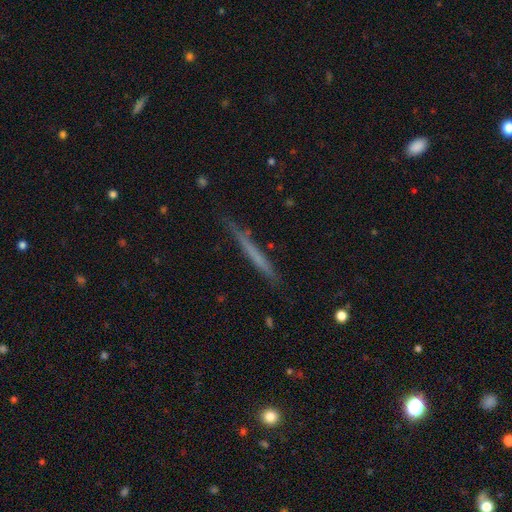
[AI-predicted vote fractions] Q: Smooth or featured?
A: smooth (52%); runner-up: featured or disk (41%)
Q: How rounded?
A: cigar-shaped (97%); runner-up: in between (2%)
Q: Merging?
A: none (81%); runner-up: minor disturbance (15%)